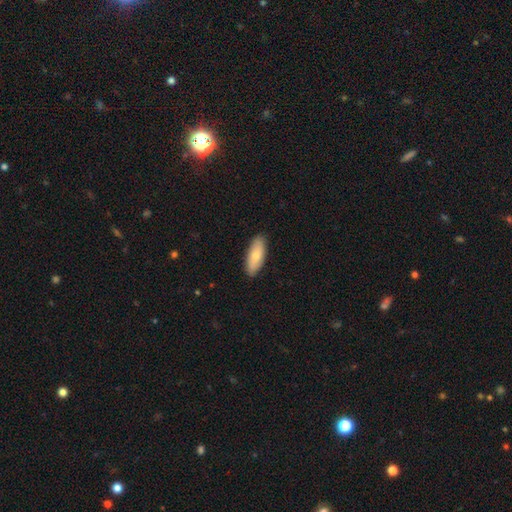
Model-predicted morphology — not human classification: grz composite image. It shows a smooth galaxy with no disk features (73%) that is in between round and cigar-shaped (76%). Merging: none (89%).